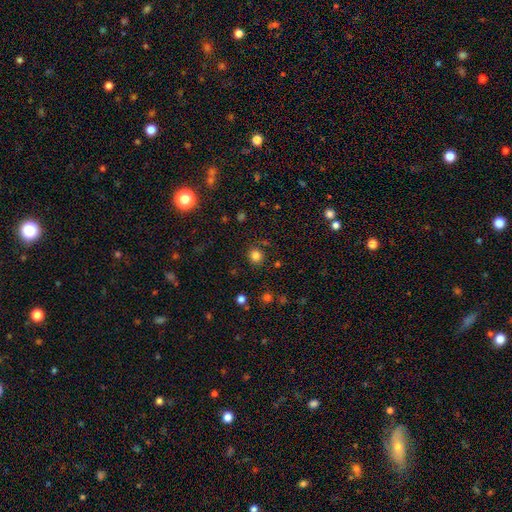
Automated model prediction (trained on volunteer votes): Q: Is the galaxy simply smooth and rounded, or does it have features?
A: smooth — 81%.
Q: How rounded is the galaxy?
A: round — 88%.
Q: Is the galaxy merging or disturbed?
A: none — 86%.